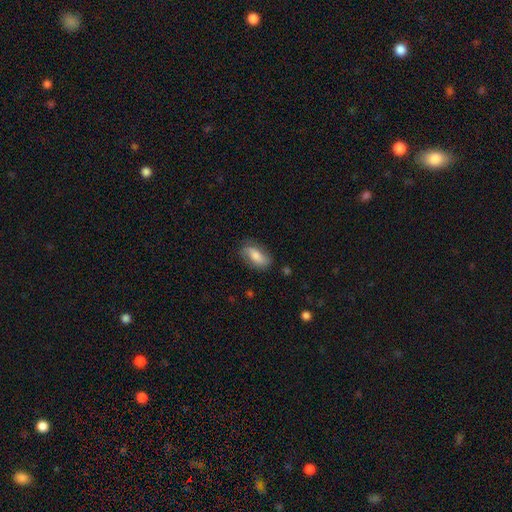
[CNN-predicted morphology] smooth-or-featured: smooth: 65% | featured or disk: 28% | star or artifact: 7%
  how-rounded: in between: 84% | cigar-shaped: 10% | round: 5%
  merging: none: 74% | minor disturbance: 19% | major disturbance: 6% | merger: 2%